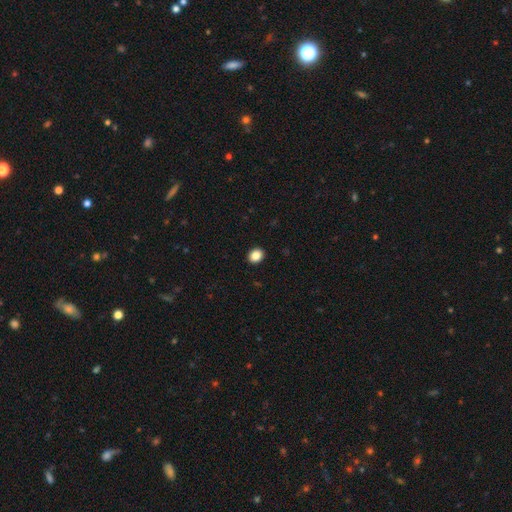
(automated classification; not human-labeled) A smooth galaxy with no disk features (87%) that is round (57%). Merging: none (92%).